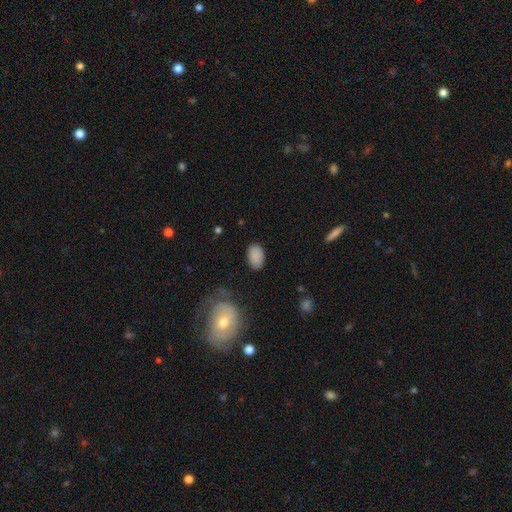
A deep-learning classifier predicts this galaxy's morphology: A smooth galaxy with no disk features (86%) that is in between round and cigar-shaped (89%).

Vote fractions:
- Smooth or featured? smooth: 86% / star or artifact: 8% / featured or disk: 6%
- How rounded? in between: 89% / round: 9% / cigar-shaped: 1%
- Merging? none: 81% / minor disturbance: 13% / major disturbance: 3% / merger: 2%